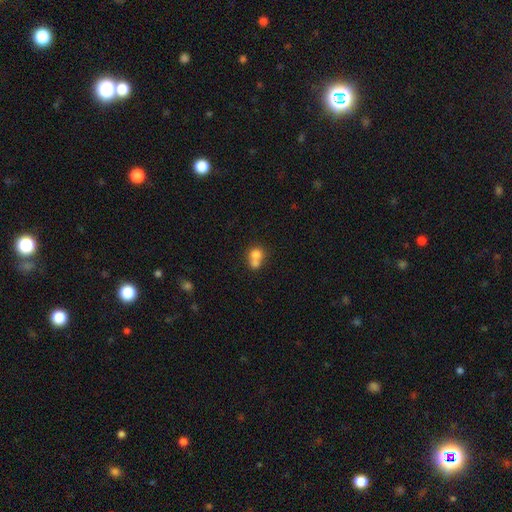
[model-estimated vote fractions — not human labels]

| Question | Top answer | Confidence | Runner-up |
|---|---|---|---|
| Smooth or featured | smooth | 73% | featured or disk (17%) |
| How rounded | round | 70% | in between (29%) |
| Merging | merger | 64% | none (26%) |